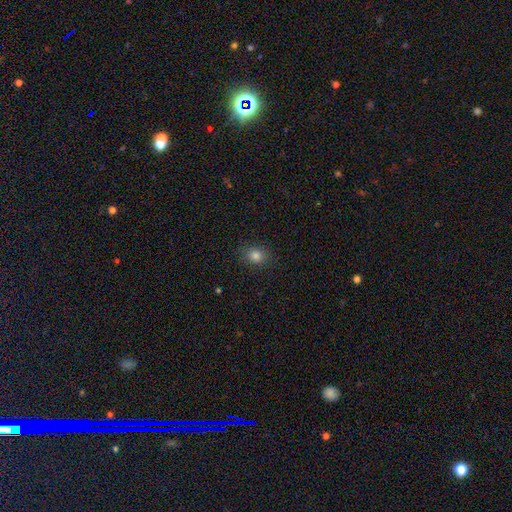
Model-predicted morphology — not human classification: Q: Smooth or featured?
A: smooth (82%); runner-up: star or artifact (13%)
Q: How rounded?
A: round (66%); runner-up: in between (33%)
Q: Merging?
A: none (87%); runner-up: minor disturbance (10%)